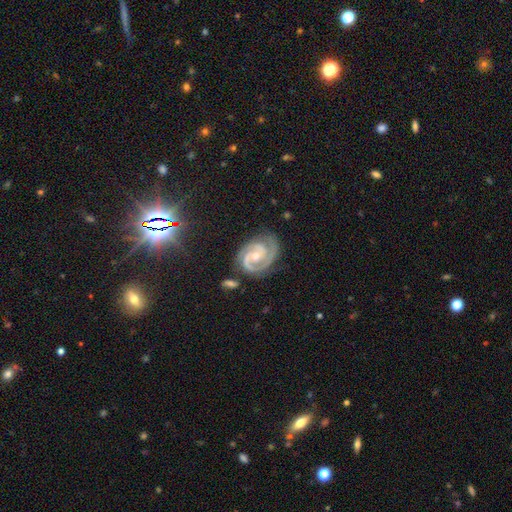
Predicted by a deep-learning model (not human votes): Smooth or featured? Predicted: featured or disk (p=0.90). Edge-on disk? Predicted: no (p=0.98). Bar? Predicted: no (p=0.59). Spiral arms? Predicted: yes (p=0.99). Spiral winding? Predicted: tight (p=0.62). Spiral arm count? Predicted: 2 (p=0.83). Bulge size? Predicted: moderate (p=0.49). Merging? Predicted: none (p=0.75).